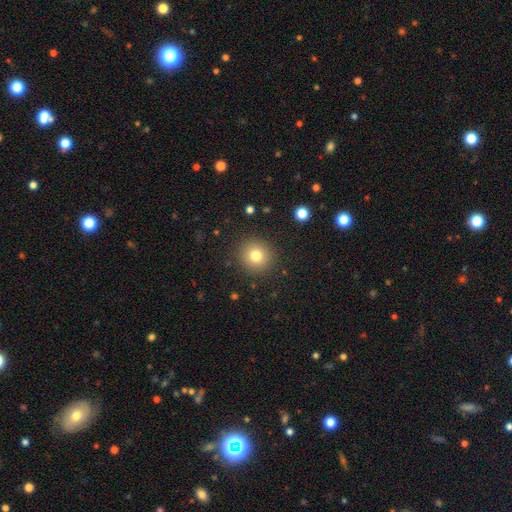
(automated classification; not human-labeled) This appears to be a smooth galaxy with no disk features (78%) that is round (93%). Merging: none (90%).